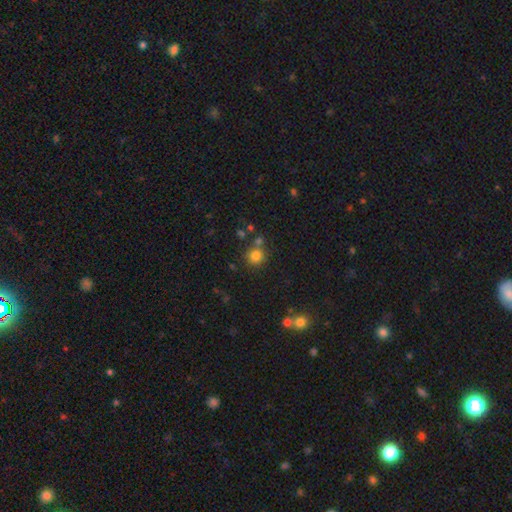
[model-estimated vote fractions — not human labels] Morphology: type=smooth (79%); roundness=round (88%); merging=none (72%).